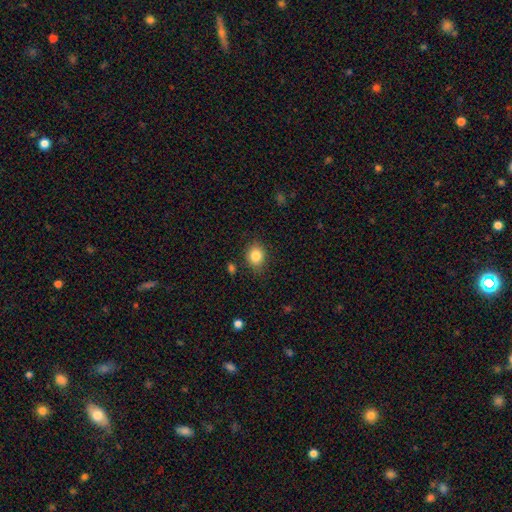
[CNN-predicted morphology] Smooth or featured?
  - smooth: 84% *
  - star or artifact: 10%
  - featured or disk: 6%
How rounded?
  - round: 62% *
  - in between: 37%
  - cigar-shaped: 1%
Merging?
  - none: 82% *
  - minor disturbance: 13%
  - major disturbance: 3%
  - merger: 2%